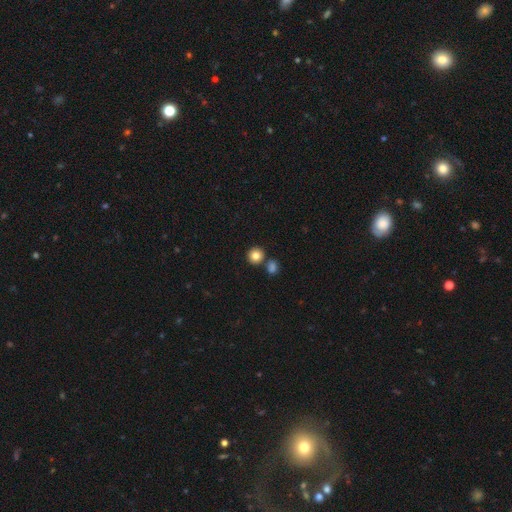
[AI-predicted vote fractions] smooth_or_featured: smooth (p=0.83) [alt: star or artifact p=0.10]
how_rounded: round (p=0.90) [alt: in between p=0.09]
merging: none (p=0.75) [alt: merger p=0.15]